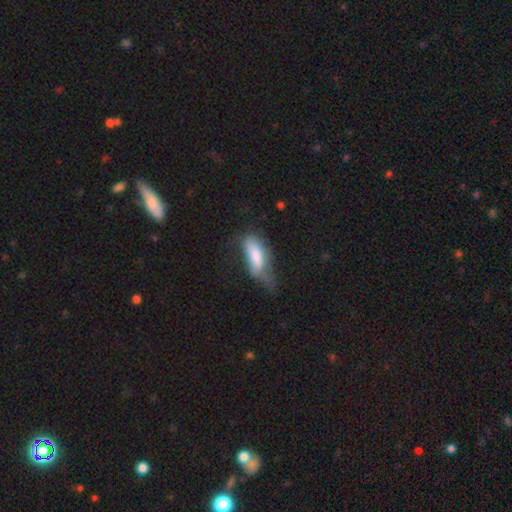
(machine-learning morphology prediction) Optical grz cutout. It shows a smooth galaxy with no disk features (73%) that is in between round and cigar-shaped (70%). Merging: minor disturbance (35%).